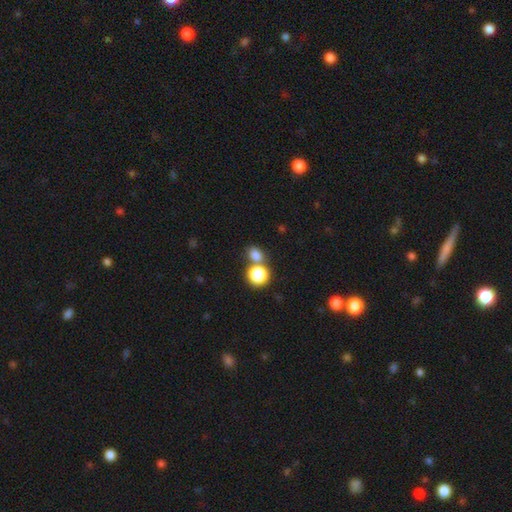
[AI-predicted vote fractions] Smooth or featured?
  - smooth: 77% *
  - star or artifact: 17%
  - featured or disk: 6%
How rounded?
  - round: 58% *
  - in between: 41%
  - cigar-shaped: 1%
Merging?
  - none: 58% *
  - merger: 29%
  - minor disturbance: 9%
  - major disturbance: 4%